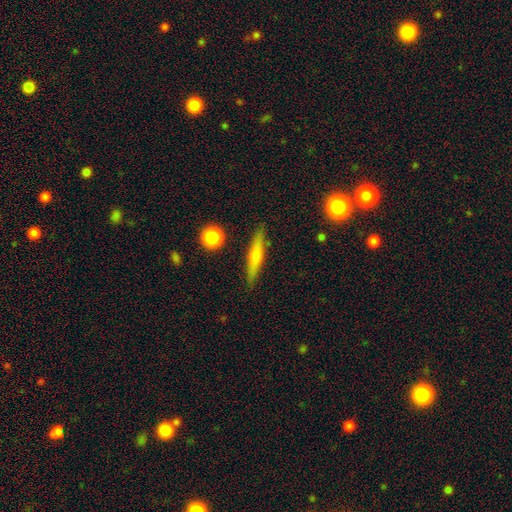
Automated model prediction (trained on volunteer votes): Smooth or featured?
  - featured or disk: 49% *
  - smooth: 43%
  - star or artifact: 8%
Merging?
  - none: 89% *
  - minor disturbance: 8%
  - major disturbance: 2%
  - merger: 2%